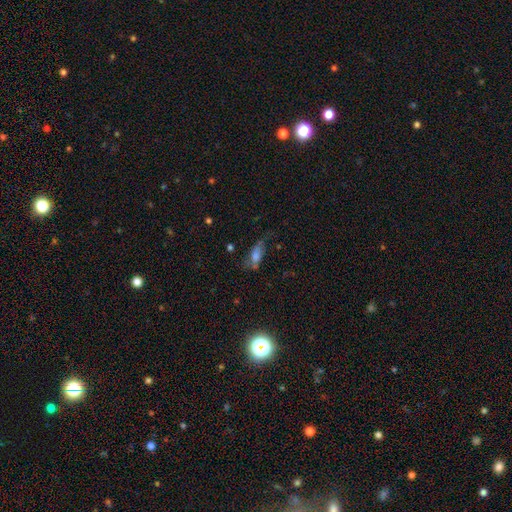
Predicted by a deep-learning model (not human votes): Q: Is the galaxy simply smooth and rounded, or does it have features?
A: smooth — 54%.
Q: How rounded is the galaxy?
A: in between — 67%.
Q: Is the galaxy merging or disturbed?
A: none — 49%.